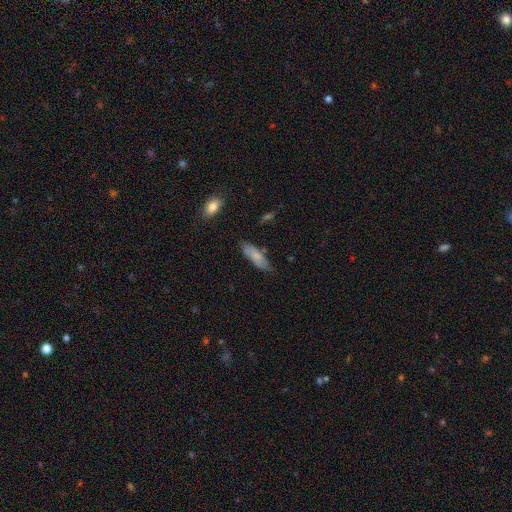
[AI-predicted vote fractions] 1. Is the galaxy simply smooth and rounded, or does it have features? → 74% smooth, 19% featured or disk, 6% star or artifact.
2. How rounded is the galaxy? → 61% in between, 38% cigar-shaped, 2% round.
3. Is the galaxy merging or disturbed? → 69% none, 23% minor disturbance, 5% major disturbance, 3% merger.